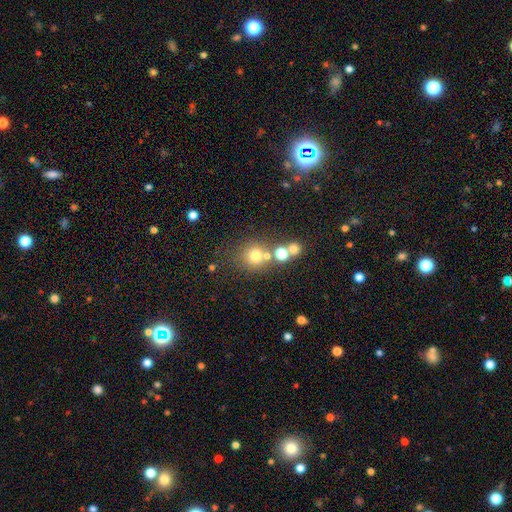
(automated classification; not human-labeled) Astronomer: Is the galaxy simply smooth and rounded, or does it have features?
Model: smooth — 71%.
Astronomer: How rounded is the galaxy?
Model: round — 88%.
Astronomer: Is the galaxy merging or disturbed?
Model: none — 64%.